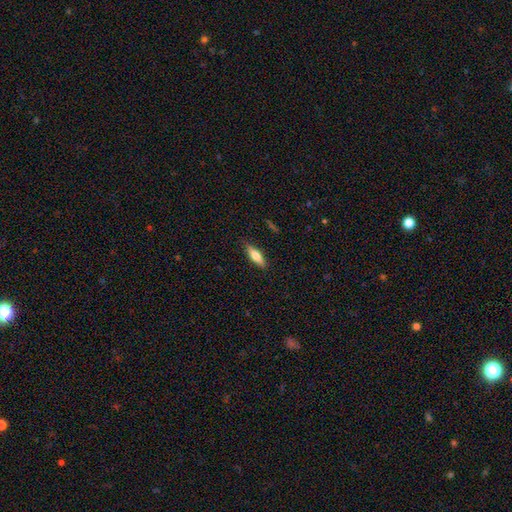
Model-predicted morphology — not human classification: The model was most divided on "how rounded" (2-way tie): in between: 49%, cigar-shaped: 49%, round: 2%. More confident: merging — none (88%); smooth or featured — smooth (65%).